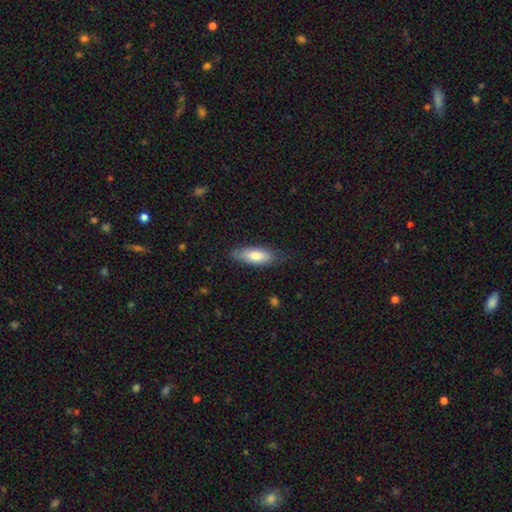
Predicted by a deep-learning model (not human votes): Smooth or featured: smooth — 78% (featured or disk — 16%)
How rounded: in between — 70% (cigar-shaped — 28%)
Merging: none — 77% (minor disturbance — 18%)